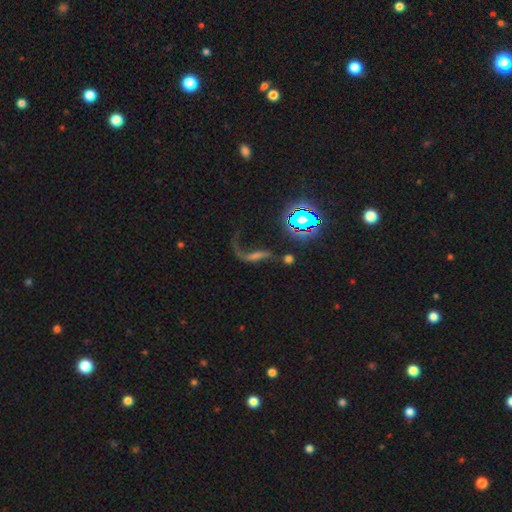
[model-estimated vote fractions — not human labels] Q: Smooth or featured?
A: featured or disk (64%); runner-up: star or artifact (20%)
Q: Edge-on disk?
A: no (86%); runner-up: yes (14%)
Q: Bar?
A: no (44%); runner-up: weak (29%)
Q: Spiral arms?
A: yes (85%); runner-up: no (15%)
Q: Bulge size?
A: none (37%); runner-up: small (35%)
Q: Merging?
A: none (42%); runner-up: major disturbance (32%)